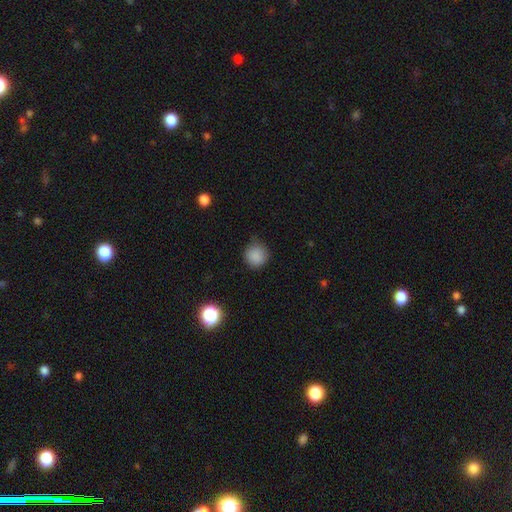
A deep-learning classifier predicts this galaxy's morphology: type=smooth (86%); roundness=round (93%); merging=none (81%).